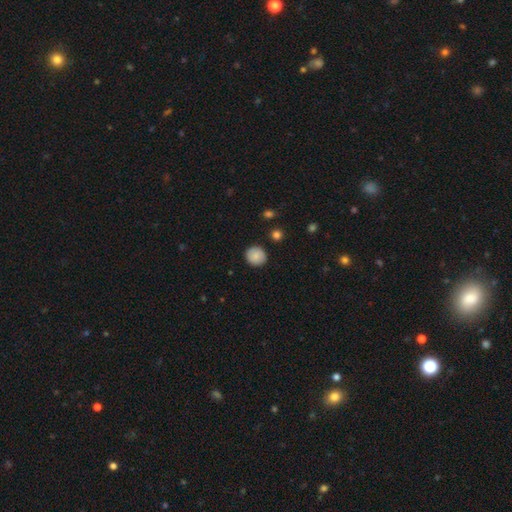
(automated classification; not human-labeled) A smooth galaxy with no disk features (85%) that is round (89%). Merging: none (88%).